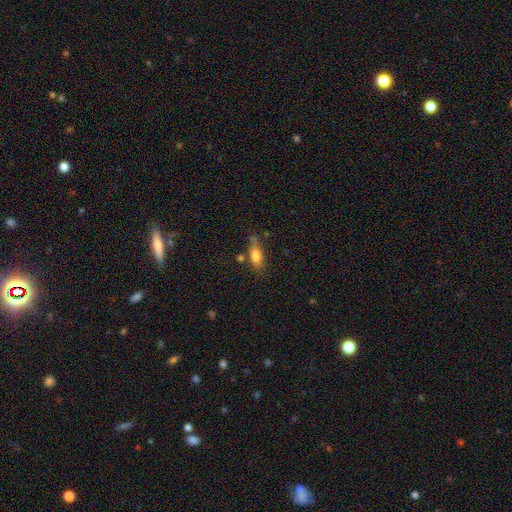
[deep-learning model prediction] Morphology: type=smooth (75%); roundness=in between (70%); merging=none (59%).